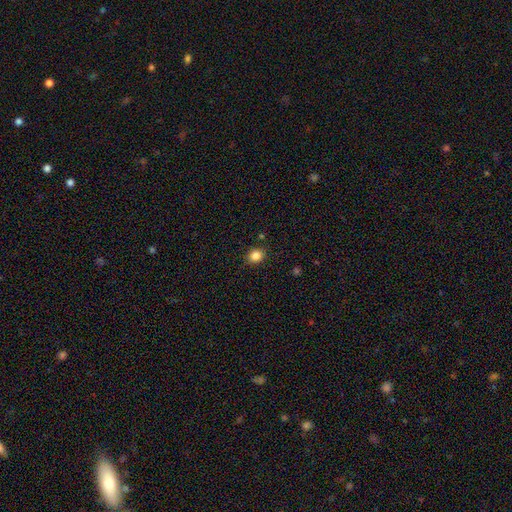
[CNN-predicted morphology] Q: Smooth or featured?
A: smooth (85%); runner-up: star or artifact (11%)
Q: How rounded?
A: round (60%); runner-up: in between (39%)
Q: Merging?
A: none (86%); runner-up: minor disturbance (10%)